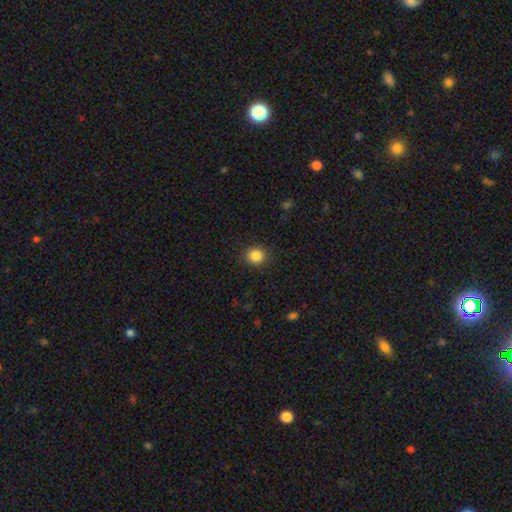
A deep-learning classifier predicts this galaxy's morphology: Q: Smooth or featured?
A: smooth (86%); runner-up: star or artifact (10%)
Q: How rounded?
A: round (84%); runner-up: in between (15%)
Q: Merging?
A: none (90%); runner-up: minor disturbance (7%)